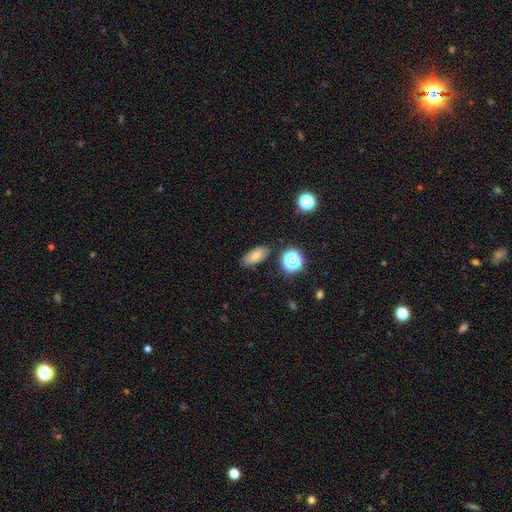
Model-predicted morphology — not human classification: This appears to be a smooth galaxy with no disk features (64%) that is in between round and cigar-shaped (83%). Merging: none (85%).